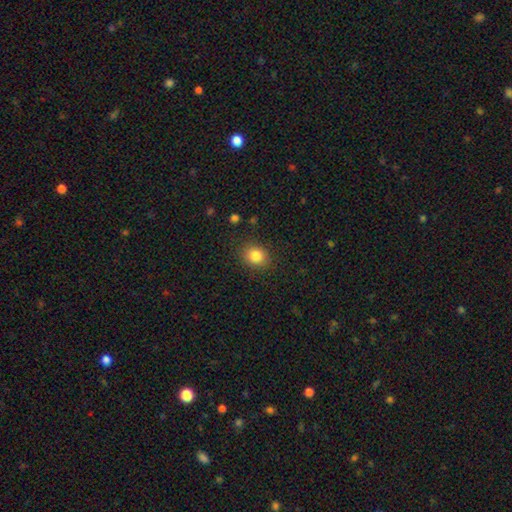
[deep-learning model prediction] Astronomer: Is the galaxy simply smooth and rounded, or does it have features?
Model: smooth — 84%.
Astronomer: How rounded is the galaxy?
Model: round — 64%.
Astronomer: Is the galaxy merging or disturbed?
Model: none — 86%.